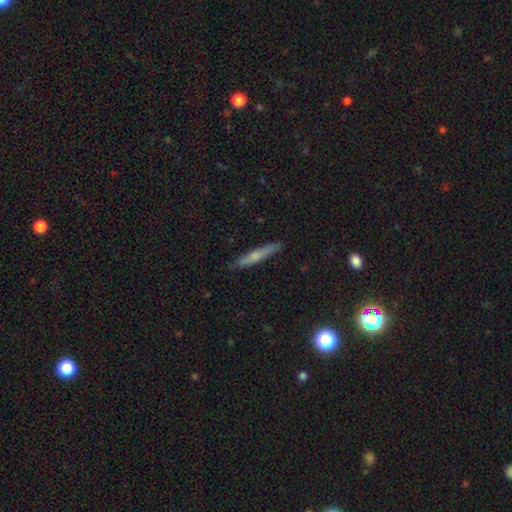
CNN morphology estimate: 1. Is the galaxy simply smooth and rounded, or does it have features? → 56% smooth, 37% featured or disk, 7% star or artifact.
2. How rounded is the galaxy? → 93% cigar-shaped, 5% in between, 2% round.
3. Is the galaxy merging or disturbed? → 86% none, 11% minor disturbance, 2% major disturbance, 1% merger.